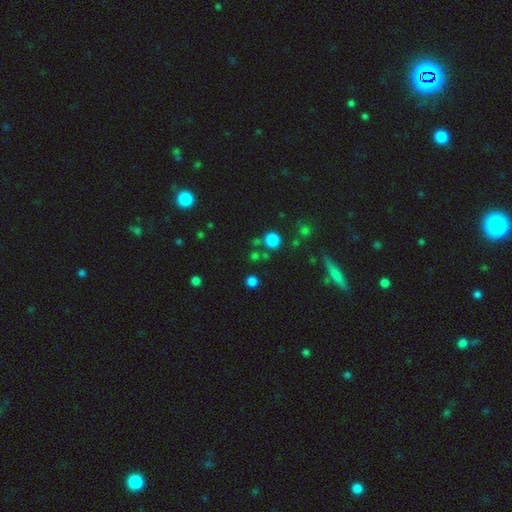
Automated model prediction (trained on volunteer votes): Overall: smooth (72%). How rounded: round (90%). Merging: none (77%).